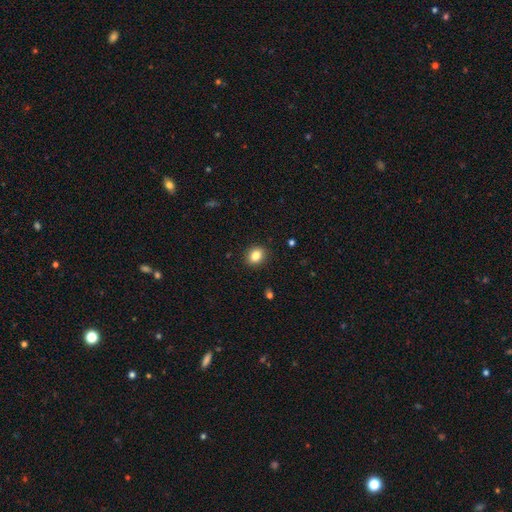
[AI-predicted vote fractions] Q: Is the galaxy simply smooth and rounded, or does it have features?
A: smooth — 85%.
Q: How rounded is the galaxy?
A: round — 54%.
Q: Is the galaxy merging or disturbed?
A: none — 90%.